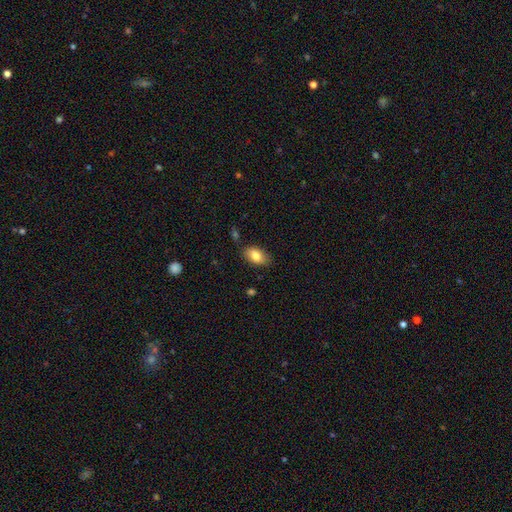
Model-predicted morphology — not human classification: smooth_or_featured: smooth (p=0.81) [alt: featured or disk p=0.11]
how_rounded: in between (p=0.91) [alt: round p=0.06]
merging: none (p=0.81) [alt: minor disturbance p=0.14]